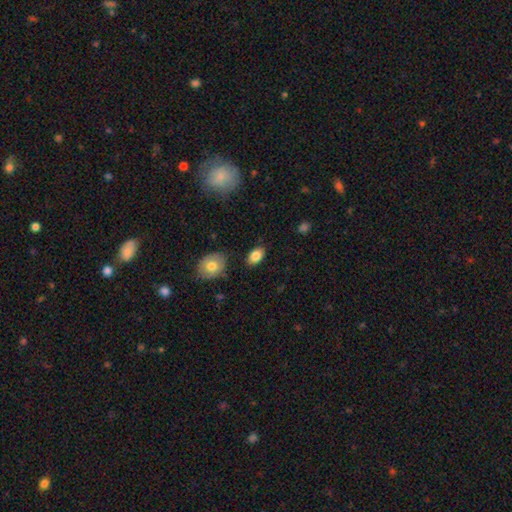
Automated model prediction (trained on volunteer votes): The model was most divided on "merging": none: 83%, minor disturbance: 11%, major disturbance: 3%, merger: 3%. More confident: how rounded — in between (88%); smooth or featured — smooth (84%).